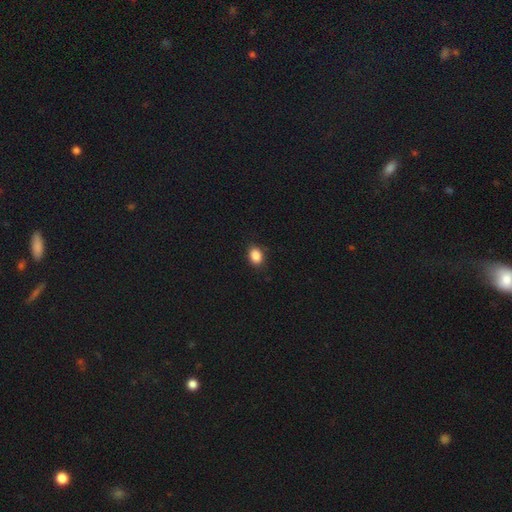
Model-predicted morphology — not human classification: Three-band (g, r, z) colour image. It shows a smooth galaxy with no disk features (87%) that is in between round and cigar-shaped (69%). Merging: none (85%).